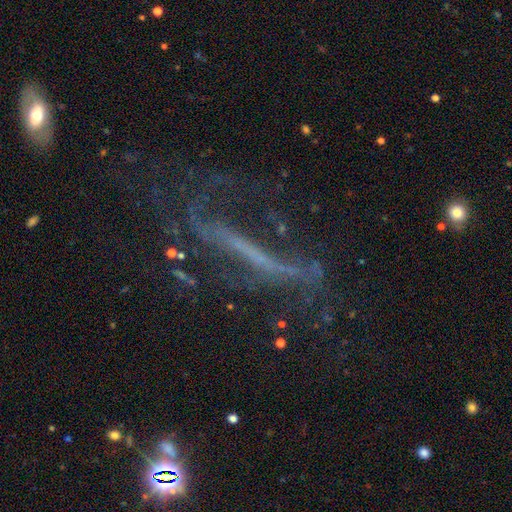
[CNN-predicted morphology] Q: Smooth or featured?
A: featured or disk (59%); runner-up: star or artifact (22%)
Q: Edge-on disk?
A: yes (56%); runner-up: no (44%)
Q: Merging?
A: none (47%); runner-up: major disturbance (29%)